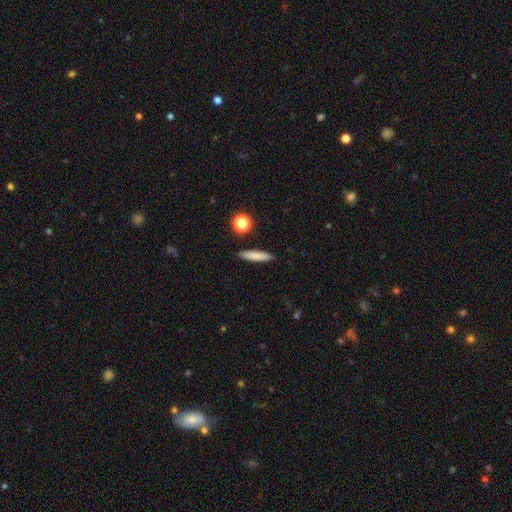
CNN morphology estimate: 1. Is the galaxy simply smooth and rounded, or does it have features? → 81% smooth, 10% featured or disk, 8% star or artifact.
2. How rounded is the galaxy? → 84% cigar-shaped, 13% in between, 3% round.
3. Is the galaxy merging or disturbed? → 90% none, 6% minor disturbance, 2% major disturbance, 2% merger.